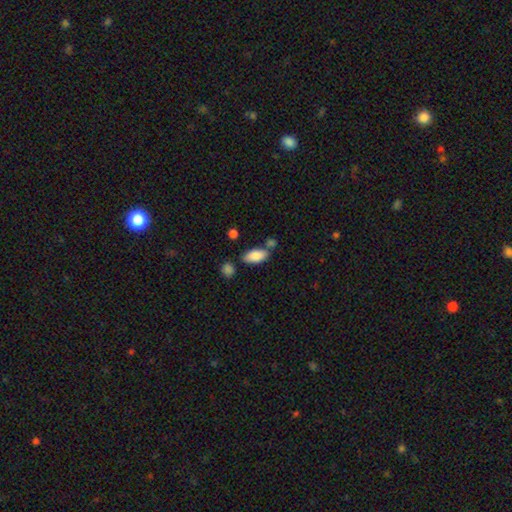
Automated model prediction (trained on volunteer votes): smooth_or_featured: smooth (p=0.86) [alt: featured or disk p=0.08]
how_rounded: in between (p=0.90) [alt: cigar-shaped p=0.07]
merging: none (p=0.67) [alt: minor disturbance p=0.15]